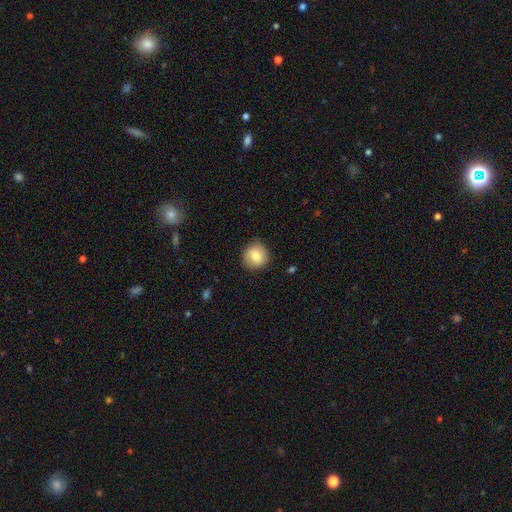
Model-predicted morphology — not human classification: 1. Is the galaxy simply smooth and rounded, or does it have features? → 81% smooth, 11% featured or disk, 8% star or artifact.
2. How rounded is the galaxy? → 88% round, 11% in between, 1% cigar-shaped.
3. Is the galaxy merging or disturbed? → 86% none, 10% minor disturbance, 2% major disturbance, 1% merger.